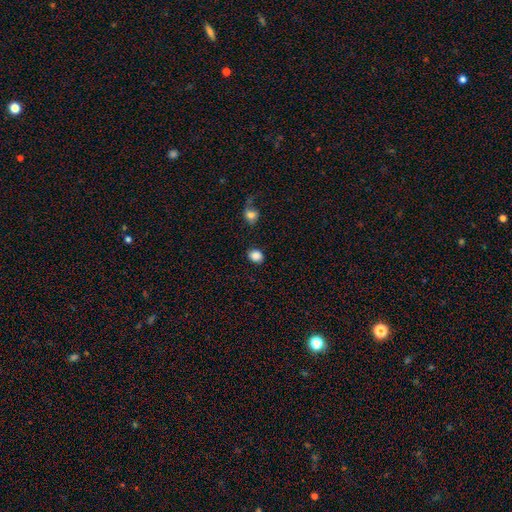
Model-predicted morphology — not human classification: A smooth galaxy with no disk features (87%) that is round (61%). Merging: none (83%).